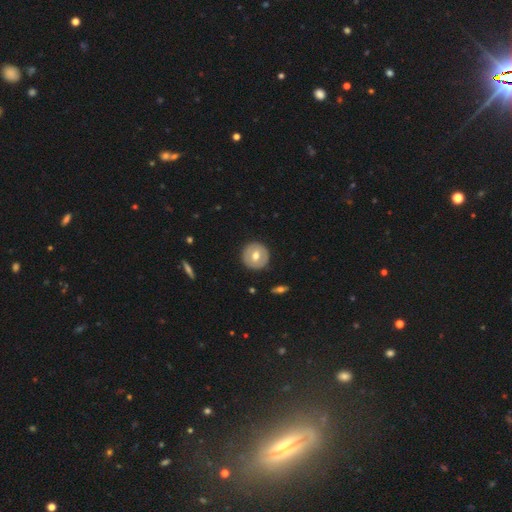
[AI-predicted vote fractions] Q: Smooth or featured?
A: smooth (54%); runner-up: featured or disk (40%)
Q: How rounded?
A: round (94%); runner-up: in between (5%)
Q: Merging?
A: none (90%); runner-up: minor disturbance (7%)